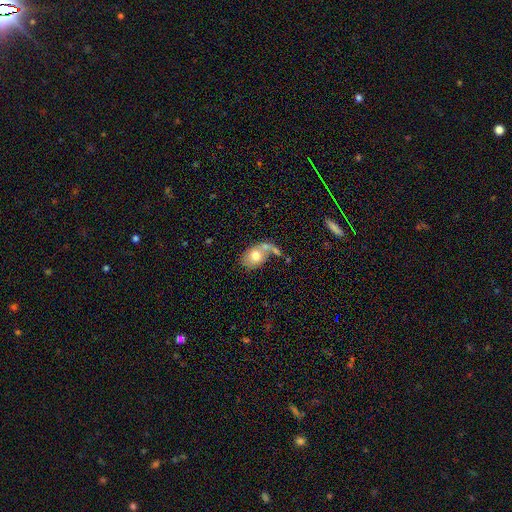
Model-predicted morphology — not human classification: This is likely a smooth galaxy (67%). How rounded: likely in between (67%). Merging: marginally merger (33%).